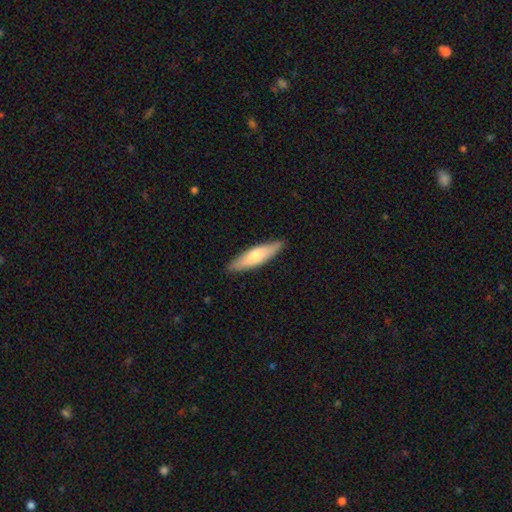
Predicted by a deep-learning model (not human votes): Overall: smooth (61%; featured or disk 34%). How rounded: cigar-shaped (65%; in between 34%). Merging: none (87%).